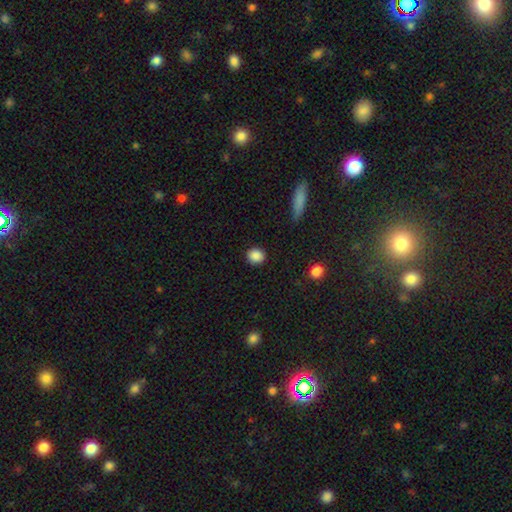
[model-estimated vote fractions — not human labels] Overall: smooth (88%). How rounded: round (80%). Merging: none (89%).